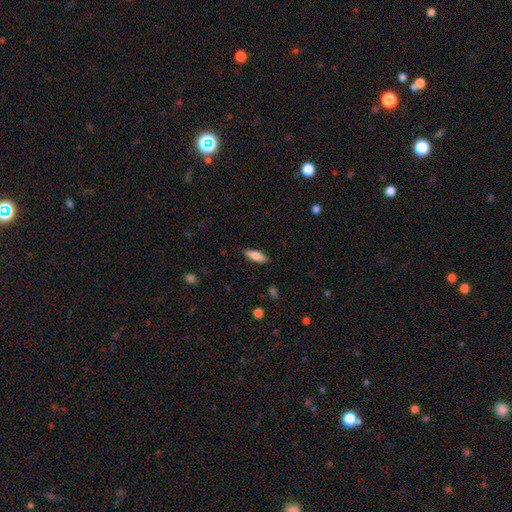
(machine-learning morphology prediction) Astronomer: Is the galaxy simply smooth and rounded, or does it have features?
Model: smooth — 81%.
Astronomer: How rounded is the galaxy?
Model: in between — 63%.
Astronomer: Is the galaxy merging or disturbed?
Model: none — 87%.